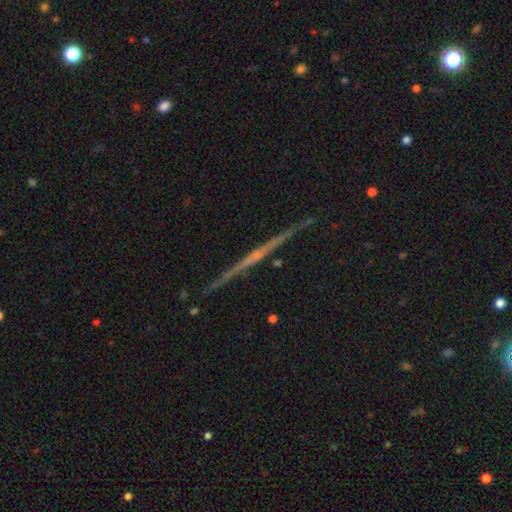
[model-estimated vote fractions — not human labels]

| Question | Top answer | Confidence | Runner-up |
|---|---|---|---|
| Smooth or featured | featured or disk | 76% | smooth (16%) |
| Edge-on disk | yes | 98% | no (2%) |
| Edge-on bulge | none | 70% | rounded (23%) |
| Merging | none | 92% | minor disturbance (6%) |